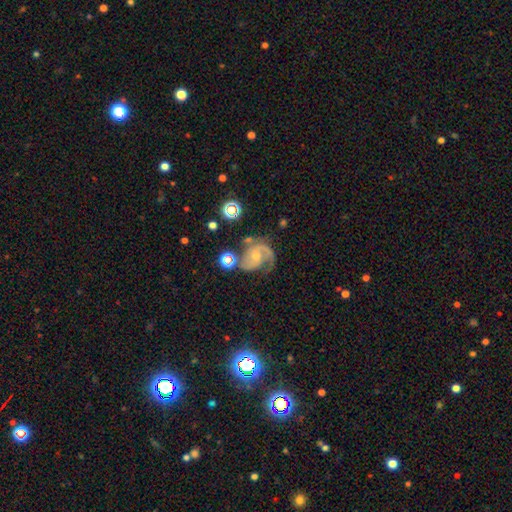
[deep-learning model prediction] Smooth or featured: featured or disk — 84% (star or artifact — 8%)
Edge-on disk: no — 98% (yes — 2%)
Bar: no — 59% (weak — 33%)
Spiral arms: yes — 96% (no — 4%)
Spiral winding: medium — 53% (tight — 26%)
Spiral arm count: 2 — 68% (1 — 18%)
Bulge size: small — 55% (moderate — 37%)
Merging: none — 50% (minor disturbance — 22%)